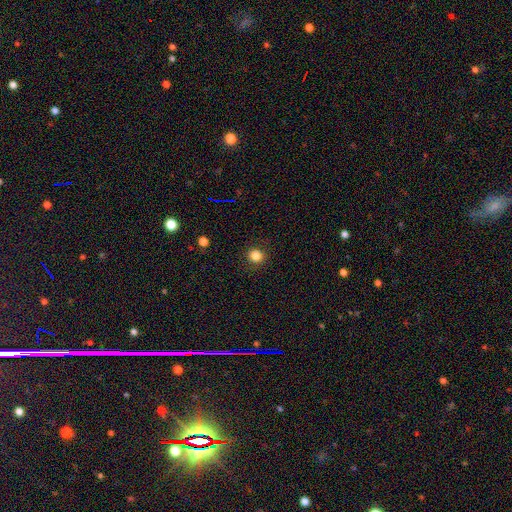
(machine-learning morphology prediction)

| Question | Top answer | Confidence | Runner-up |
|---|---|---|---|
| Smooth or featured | smooth | 84% | star or artifact (12%) |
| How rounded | round | 89% | in between (10%) |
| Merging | none | 91% | minor disturbance (6%) |